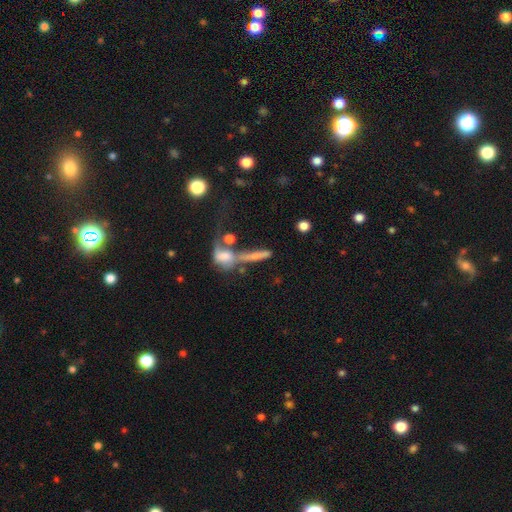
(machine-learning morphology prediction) smooth-or-featured: smooth: 57% | featured or disk: 31% | star or artifact: 12%
  how-rounded: cigar-shaped: 68% | in between: 23% | round: 9%
  merging: merger: 42% | none: 32% | major disturbance: 13% | minor disturbance: 12%